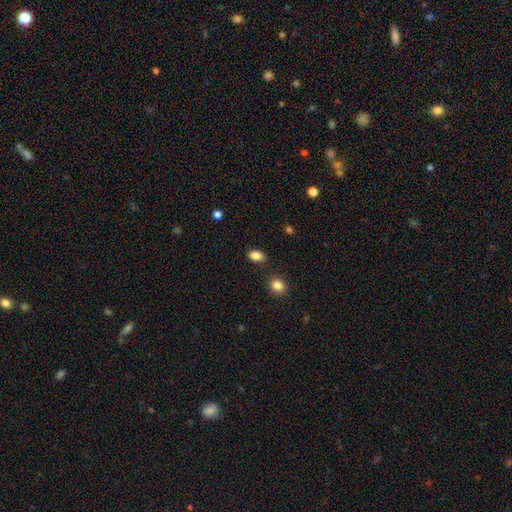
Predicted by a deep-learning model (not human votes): Morphology: type=smooth (85%); roundness=in between (85%); merging=none (86%).